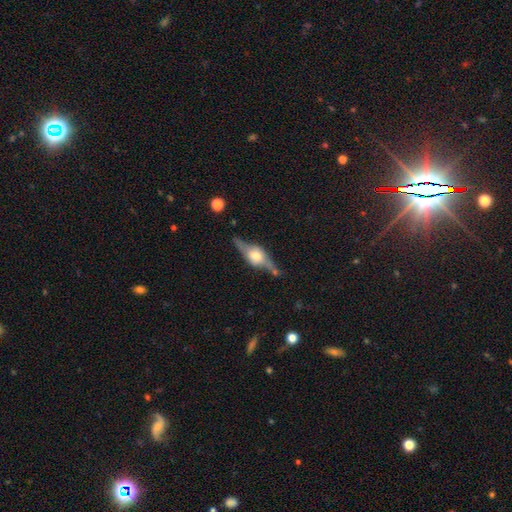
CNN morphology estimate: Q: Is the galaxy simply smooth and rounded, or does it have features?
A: featured or disk — 76%.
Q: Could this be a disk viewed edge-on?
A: yes — 92%.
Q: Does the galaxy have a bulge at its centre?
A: rounded — 91%.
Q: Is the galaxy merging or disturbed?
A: none — 71%.